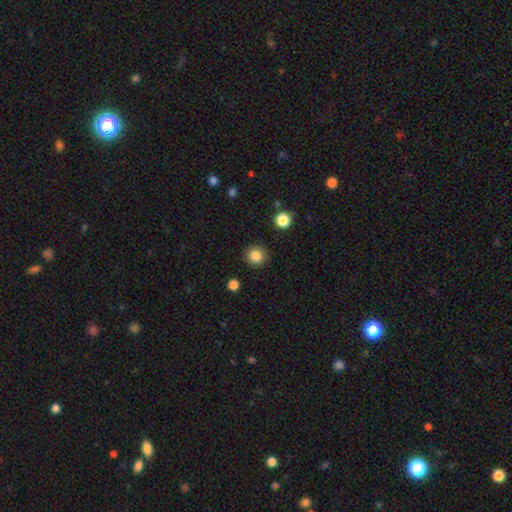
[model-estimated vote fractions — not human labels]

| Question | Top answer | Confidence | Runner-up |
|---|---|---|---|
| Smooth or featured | smooth | 84% | star or artifact (11%) |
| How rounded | round | 92% | in between (7%) |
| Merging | none | 90% | minor disturbance (6%) |